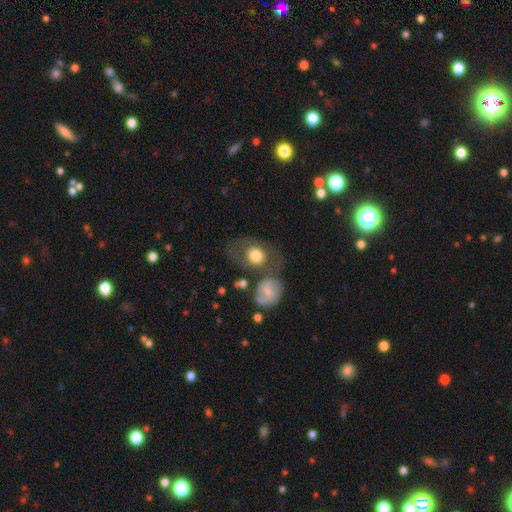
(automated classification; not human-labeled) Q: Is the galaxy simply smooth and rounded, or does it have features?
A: smooth — 66%.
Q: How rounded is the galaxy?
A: round — 53%.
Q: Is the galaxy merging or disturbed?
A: none — 55%.